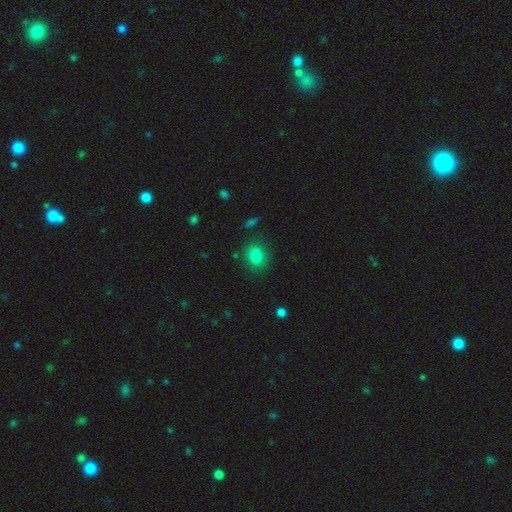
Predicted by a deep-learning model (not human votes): A smooth galaxy with no disk features (83%) that is in between round and cigar-shaped (57%).

Vote fractions:
- Smooth or featured? smooth: 83% / star or artifact: 10% / featured or disk: 7%
- How rounded? in between: 57% / round: 42% / cigar-shaped: 2%
- Merging? none: 83% / minor disturbance: 11% / major disturbance: 3% / merger: 2%